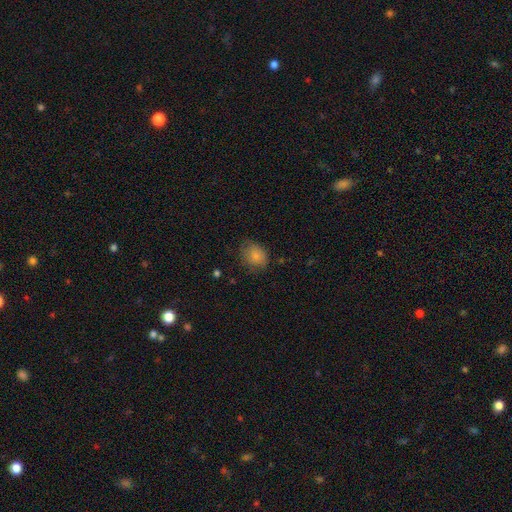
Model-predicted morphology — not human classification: This appears to be a smooth galaxy with no disk features (84%) that is in between round and cigar-shaped (52%). Merging: none (68%).